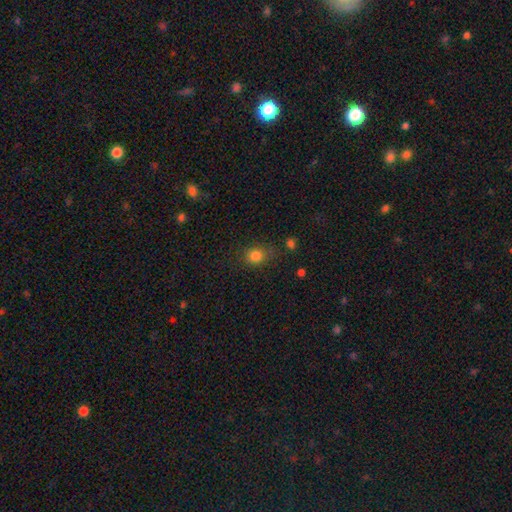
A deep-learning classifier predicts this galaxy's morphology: A smooth galaxy with no disk features (83%) that is round (70%). Merging: none (77%).